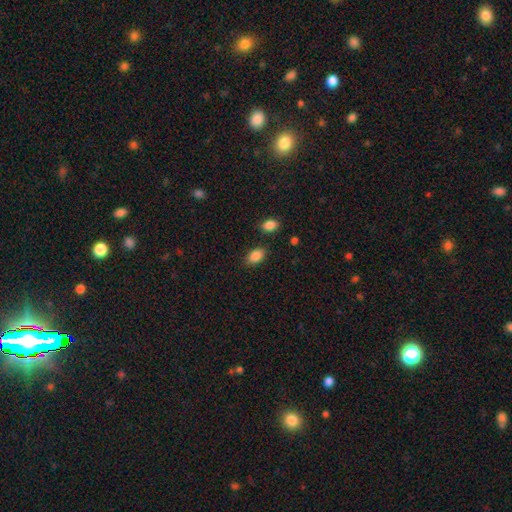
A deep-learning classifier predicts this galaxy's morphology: smooth_or_featured: smooth (p=0.87) [alt: star or artifact p=0.08]
how_rounded: in between (p=0.89) [alt: round p=0.10]
merging: none (p=0.83) [alt: minor disturbance p=0.11]